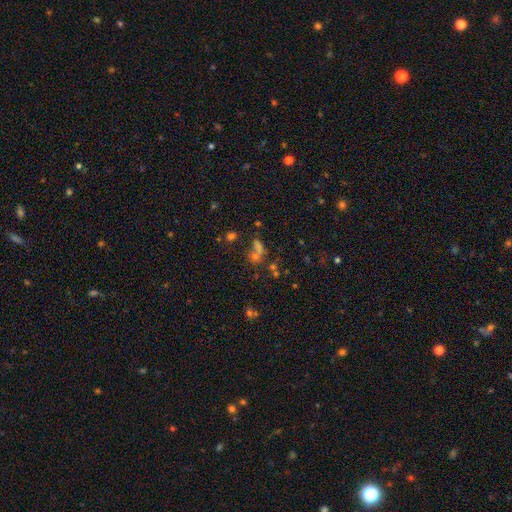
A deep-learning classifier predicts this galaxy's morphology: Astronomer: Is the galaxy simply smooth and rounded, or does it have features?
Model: smooth — 43% (runner-up: star or artifact, 41%).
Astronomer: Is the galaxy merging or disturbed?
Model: none — 46% (runner-up: merger, 36%).